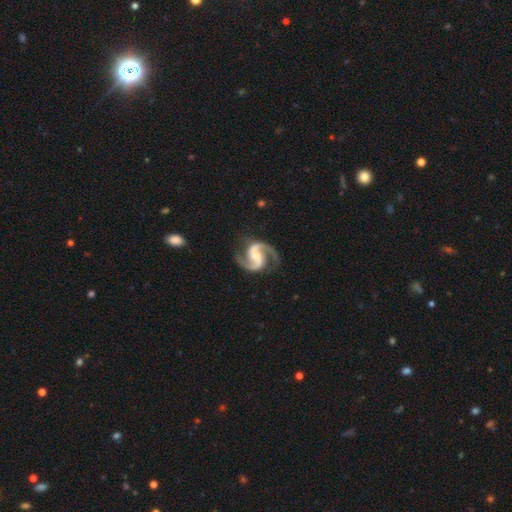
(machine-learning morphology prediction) Smooth or featured? featured or disk (94%)
Edge-on disk? no (98%)
Bar? weak (44%)
Spiral arms? yes (99%)
Spiral winding? medium (63%)
Spiral arm count? 2 (94%)
Bulge size? moderate (50%)
Merging? none (81%)